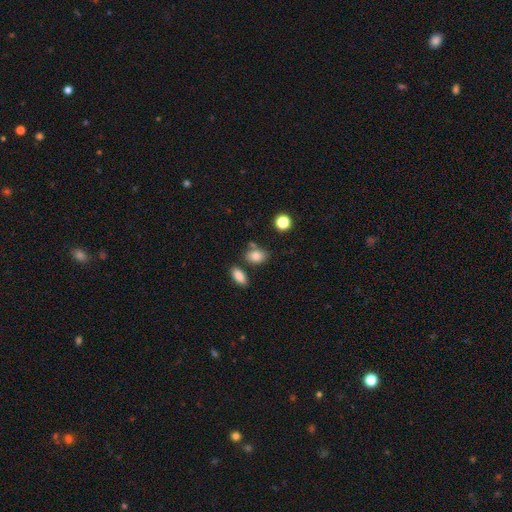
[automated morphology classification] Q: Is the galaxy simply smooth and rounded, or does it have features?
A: smooth — 83%.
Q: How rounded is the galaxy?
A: in between — 72%.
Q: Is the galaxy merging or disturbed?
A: none — 67%.